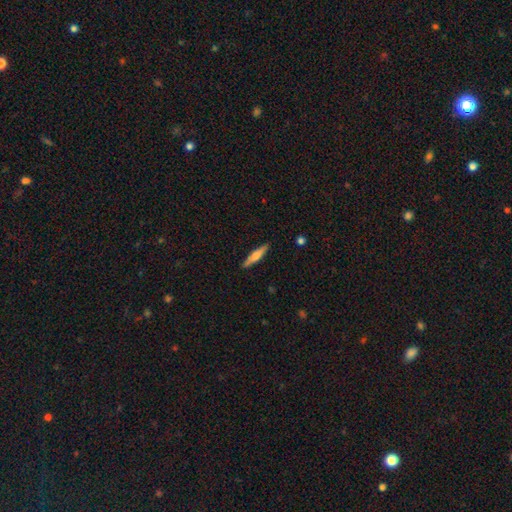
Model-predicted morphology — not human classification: smooth 53%, featured or disk 41%, star or artifact 6%. Down the decision tree: how rounded — cigar-shaped (87%); merging — none (88%).